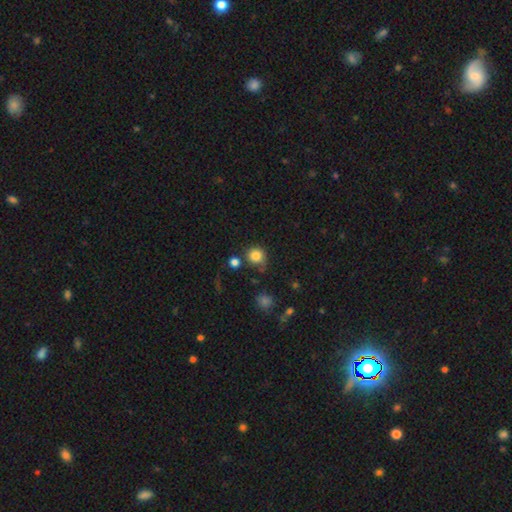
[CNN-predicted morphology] Q: Smooth or featured?
A: smooth (83%); runner-up: star or artifact (11%)
Q: How rounded?
A: round (90%); runner-up: in between (9%)
Q: Merging?
A: none (69%); runner-up: minor disturbance (16%)